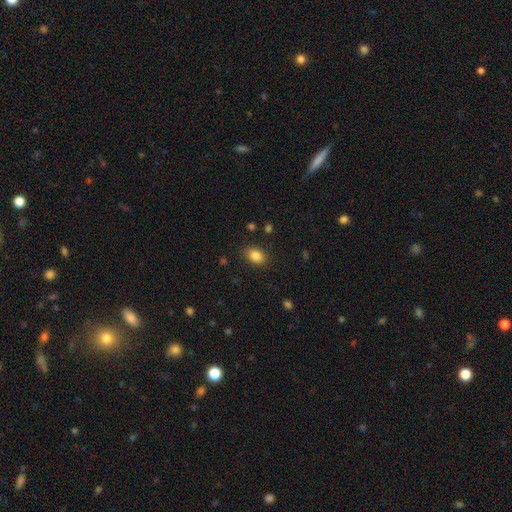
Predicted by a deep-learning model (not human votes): Morphology: type=smooth (85%); roundness=in between (71%); merging=none (85%).